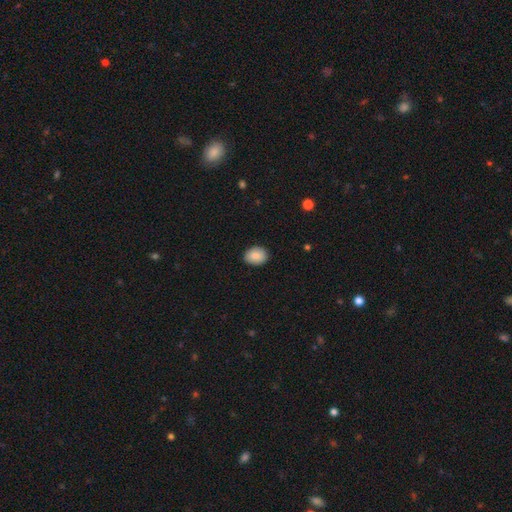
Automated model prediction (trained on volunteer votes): This is clearly a smooth galaxy (86%). How rounded: likely in between (62%). Merging: clearly none (88%).